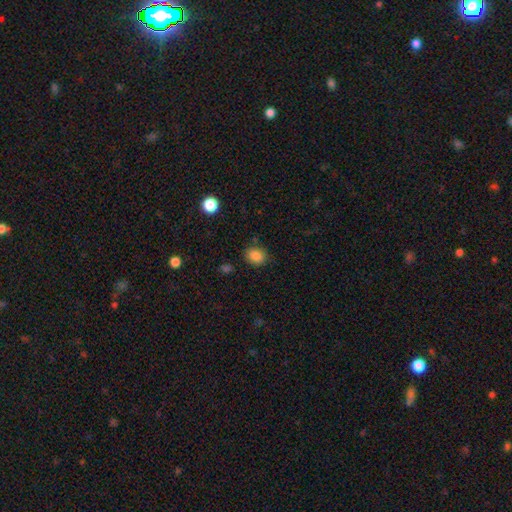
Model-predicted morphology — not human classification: This appears to be a smooth galaxy with no disk features (85%) that is in between round and cigar-shaped (50%). Merging: none (82%).